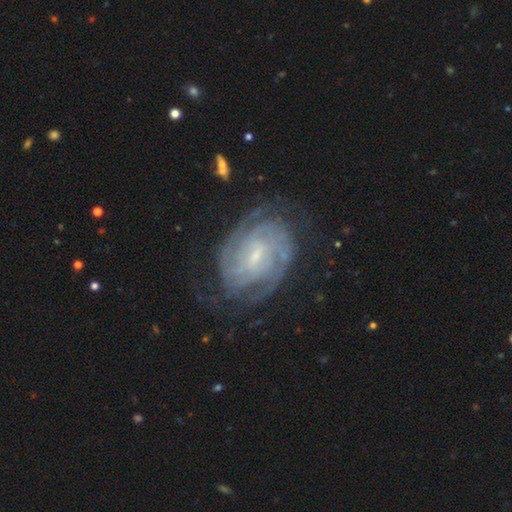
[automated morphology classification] This is clearly a featured or disk galaxy (87%). It is clearly not viewed edge-on (97%). Bar: possibly weak (52%). Spiral arm pattern: clearly yes (97%). Spiral arm count: marginally can't tell (30%). Spiral winding: likely tight (72%). Central bulge: likely small (68%). Merging: likely none (73%).